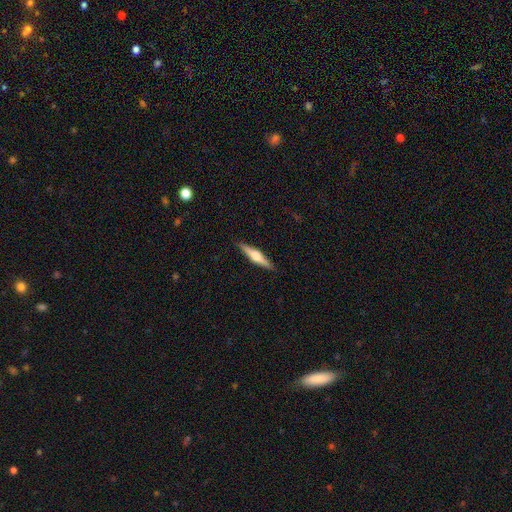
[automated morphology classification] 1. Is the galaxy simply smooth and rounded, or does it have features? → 59% featured or disk, 35% smooth, 6% star or artifact.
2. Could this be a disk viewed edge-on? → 97% yes, 3% no.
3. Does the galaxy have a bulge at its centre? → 89% rounded, 7% boxy, 4% none.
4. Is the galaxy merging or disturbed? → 90% none, 7% minor disturbance, 2% major disturbance, 1% merger.